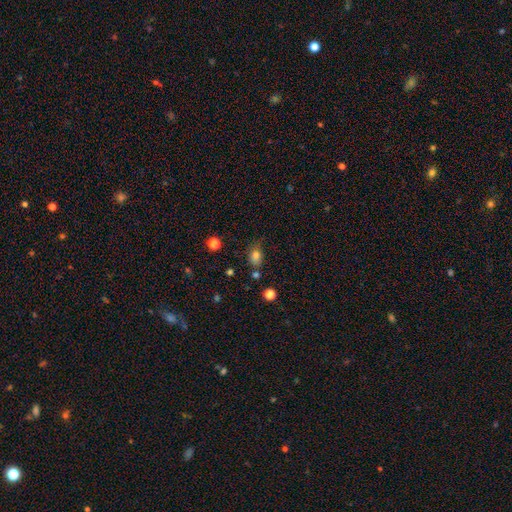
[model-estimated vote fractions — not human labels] A smooth galaxy with no disk features (79%) that is in between round and cigar-shaped (66%).

Vote fractions:
- Smooth or featured? smooth: 79% / star or artifact: 13% / featured or disk: 8%
- How rounded? in between: 66% / round: 32% / cigar-shaped: 2%
- Merging? none: 61% / minor disturbance: 25% / major disturbance: 7% / merger: 7%